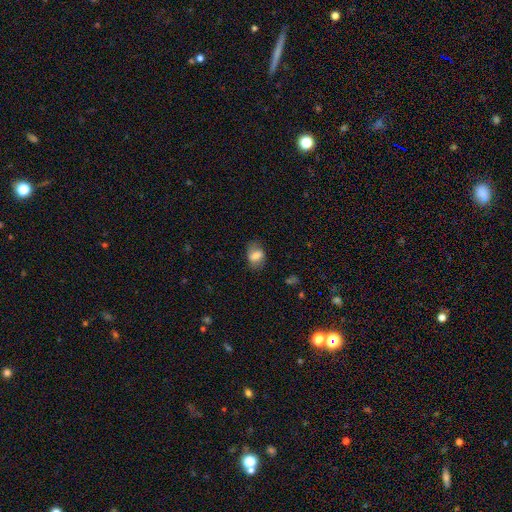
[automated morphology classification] Overall: smooth (68%). How rounded: in between (79%). Merging: none (72%).